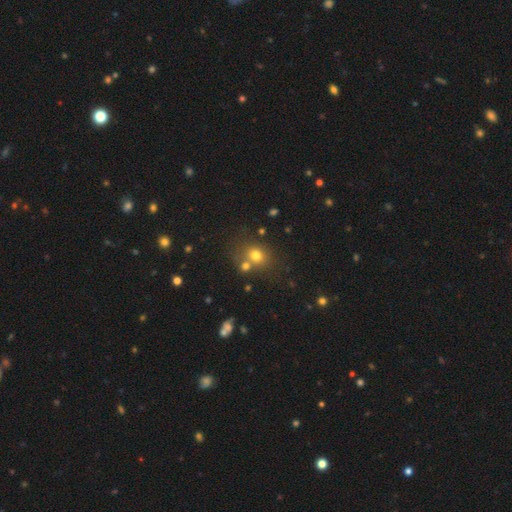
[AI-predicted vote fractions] smooth_or_featured: smooth (p=0.73) [alt: star or artifact p=0.16]
how_rounded: round (p=0.73) [alt: in between p=0.26]
merging: none (p=0.60) [alt: merger p=0.24]